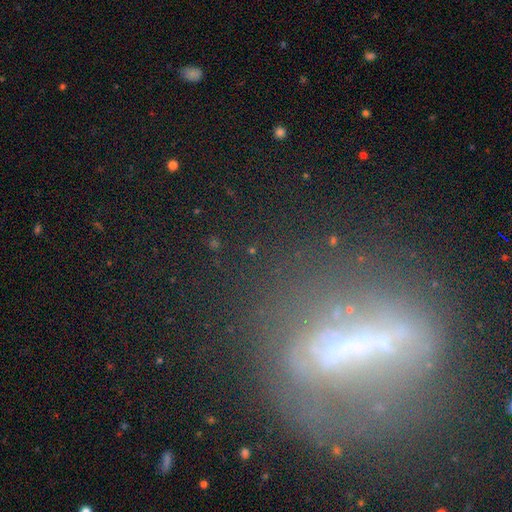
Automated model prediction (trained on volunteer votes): smooth-or-featured: featured or disk: 56% | star or artifact: 22% | smooth: 22%
  disk-edge-on: no: 61% | yes: 39%
  merging: none: 55% | major disturbance: 22% | minor disturbance: 17% | merger: 6%